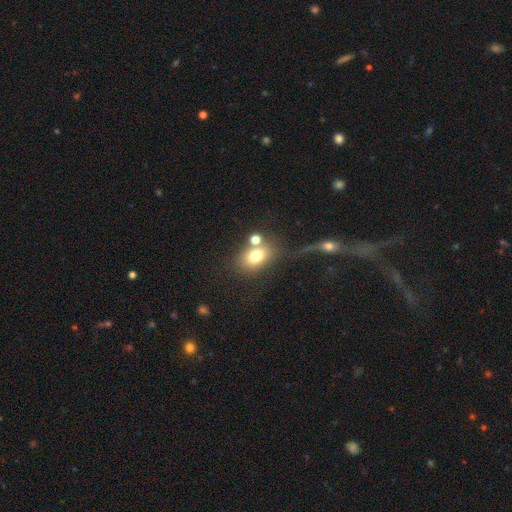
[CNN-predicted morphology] smooth-or-featured: smooth: 75% | featured or disk: 14% | star or artifact: 11%
  how-rounded: in between: 64% | round: 34% | cigar-shaped: 2%
  merging: none: 53% | merger: 24% | minor disturbance: 13% | major disturbance: 9%